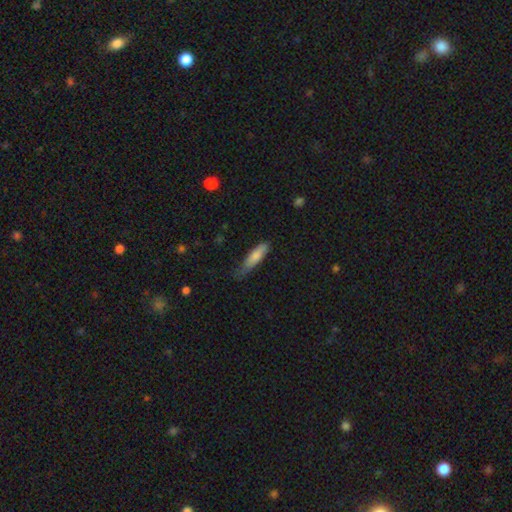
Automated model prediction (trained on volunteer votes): A smooth galaxy with no disk features (80%) that is cigar-shaped (69%).

Vote fractions:
- Smooth or featured? smooth: 80% / featured or disk: 14% / star or artifact: 6%
- How rounded? cigar-shaped: 69% / in between: 29% / round: 2%
- Merging? none: 45% / minor disturbance: 42% / major disturbance: 11% / merger: 2%